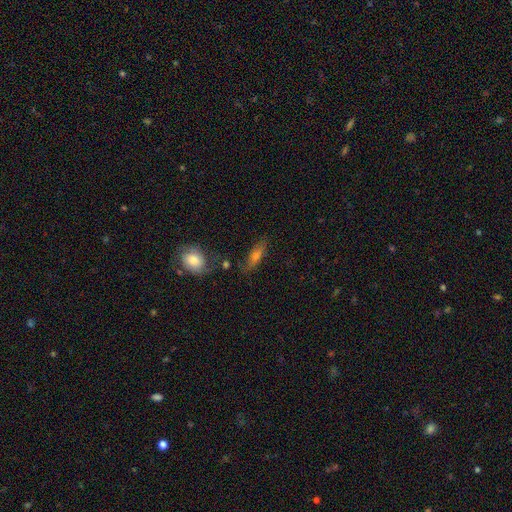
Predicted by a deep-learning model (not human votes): Smooth or featured?
  - smooth: 56% *
  - featured or disk: 31%
  - star or artifact: 12%
How rounded?
  - in between: 47% * (tied)
  - cigar-shaped: 47% * (tied)
  - round: 6%
Merging?
  - none: 69% *
  - minor disturbance: 17%
  - merger: 8%
  - major disturbance: 6%